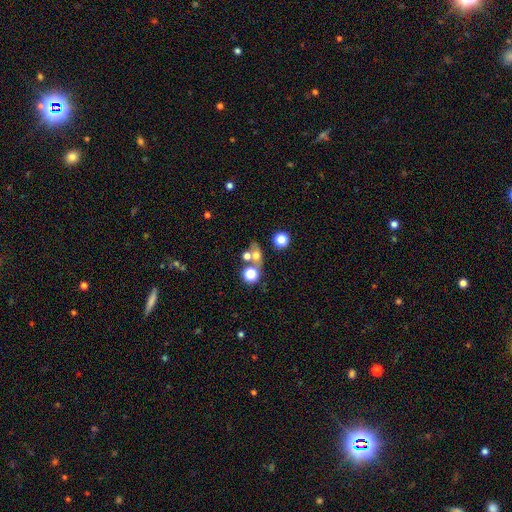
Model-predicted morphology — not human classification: Q: Smooth or featured?
A: smooth (57%); runner-up: featured or disk (24%)
Q: How rounded?
A: round (60%); runner-up: in between (36%)
Q: Merging?
A: none (46%); runner-up: merger (39%)